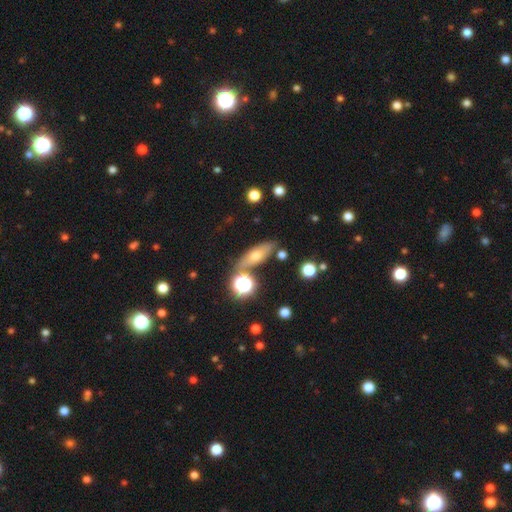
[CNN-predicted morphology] A smooth galaxy with no disk features (56%) that is in between round and cigar-shaped (56%). Merging: none (76%).